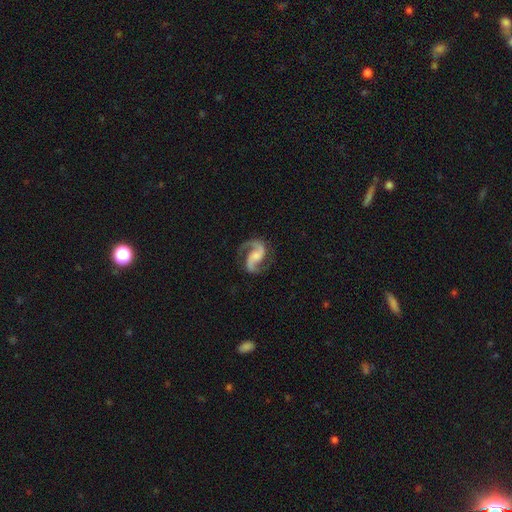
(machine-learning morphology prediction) featured or disk 92%, star or artifact 4%, smooth 4%. Down the decision tree: edge-on disk — no (98%); bar — no (45%); spiral arms — yes (98%); spiral arm count — 2 (94%); spiral winding — medium (61%); bulge size — small (32%); merging — none (79%).